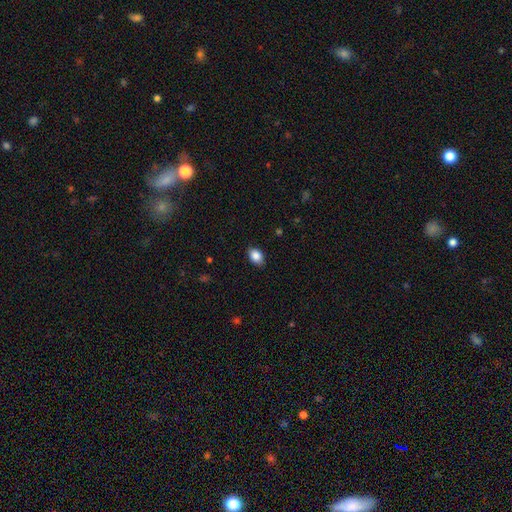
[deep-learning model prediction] smooth-or-featured: smooth: 87% | star or artifact: 8% | featured or disk: 5%
  how-rounded: in between: 79% | round: 20% | cigar-shaped: 1%
  merging: none: 86% | minor disturbance: 11% | major disturbance: 2% | merger: 1%